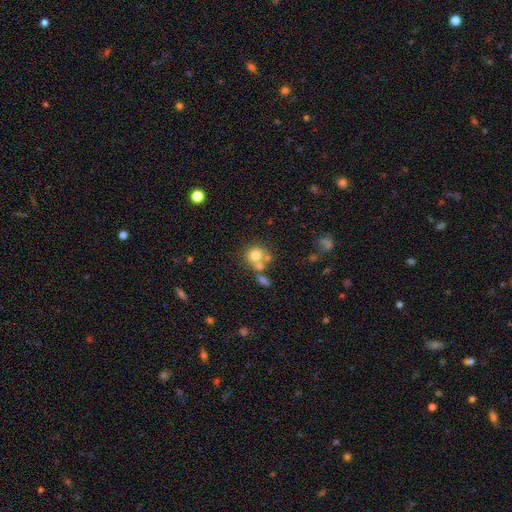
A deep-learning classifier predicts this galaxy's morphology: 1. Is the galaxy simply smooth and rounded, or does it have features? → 72% smooth, 15% featured or disk, 12% star or artifact.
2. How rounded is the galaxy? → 84% round, 15% in between, 1% cigar-shaped.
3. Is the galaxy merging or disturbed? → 50% none, 33% merger, 11% minor disturbance, 6% major disturbance.